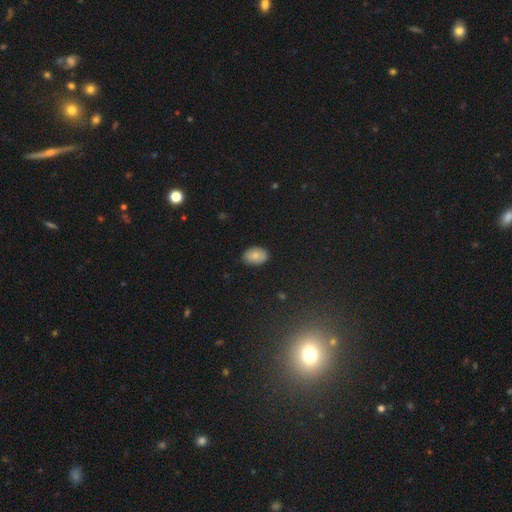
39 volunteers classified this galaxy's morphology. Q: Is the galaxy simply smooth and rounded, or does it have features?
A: smooth — 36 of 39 (92%).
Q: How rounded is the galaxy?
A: in between — 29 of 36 (81%).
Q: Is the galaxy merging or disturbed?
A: none — 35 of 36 (97%).